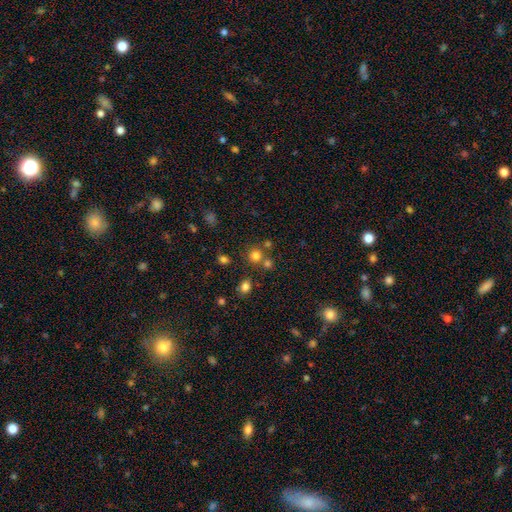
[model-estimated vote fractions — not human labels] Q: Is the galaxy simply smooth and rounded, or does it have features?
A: smooth — 75%.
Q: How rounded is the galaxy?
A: round — 91%.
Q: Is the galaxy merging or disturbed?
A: none — 70%.